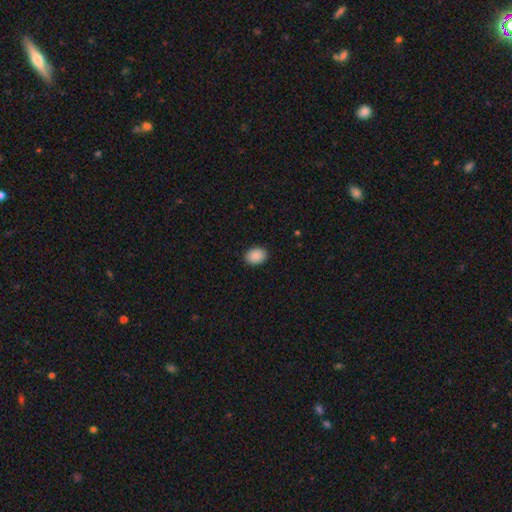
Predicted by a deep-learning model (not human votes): smooth-or-featured: smooth: 90% | star or artifact: 7% | featured or disk: 3%
  how-rounded: in between: 71% | round: 28% | cigar-shaped: 1%
  merging: none: 90% | minor disturbance: 7% | major disturbance: 2% | merger: 1%